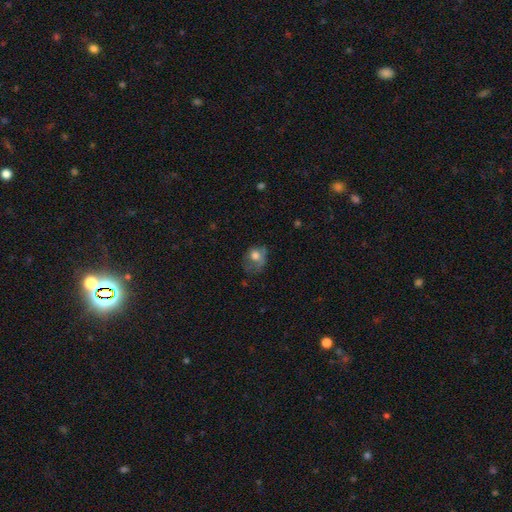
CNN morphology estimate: smooth-or-featured: smooth: 64% | featured or disk: 25% | star or artifact: 11%
  how-rounded: round: 57% | in between: 42% | cigar-shaped: 1%
  merging: none: 34% | major disturbance: 33% | minor disturbance: 29% | merger: 4%